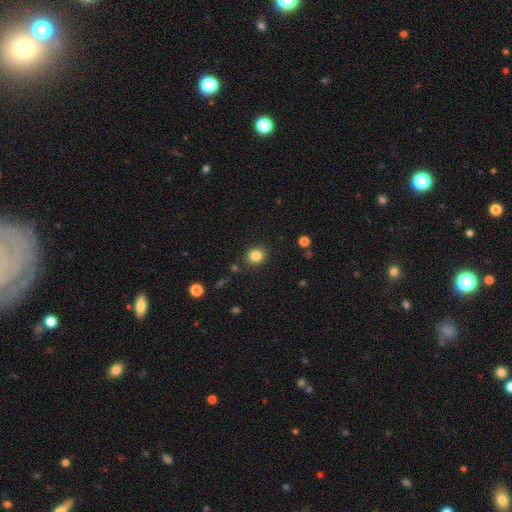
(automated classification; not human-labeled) smooth-or-featured: smooth: 84% | star or artifact: 11% | featured or disk: 5%
  how-rounded: round: 75% | in between: 25% | cigar-shaped: 1%
  merging: none: 84% | minor disturbance: 10% | major disturbance: 3% | merger: 3%